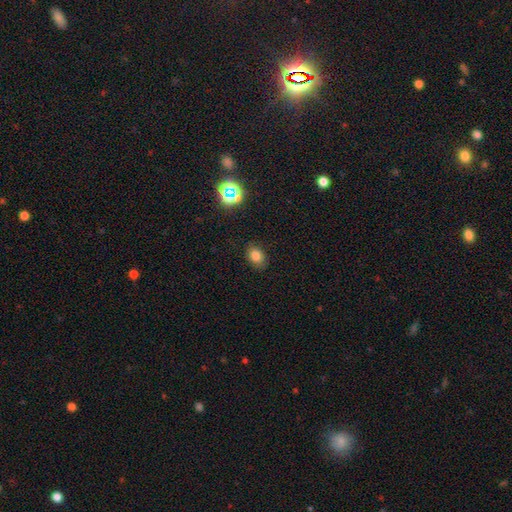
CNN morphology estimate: smooth_or_featured: smooth (p=0.78) [alt: star or artifact p=0.15]
how_rounded: in between (p=0.64) [alt: round p=0.35]
merging: none (p=0.84) [alt: minor disturbance p=0.11]